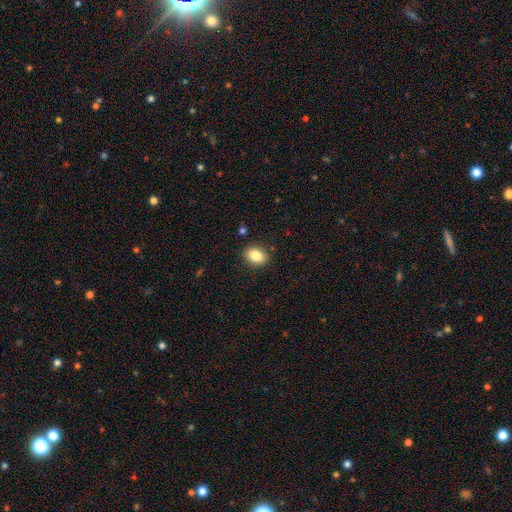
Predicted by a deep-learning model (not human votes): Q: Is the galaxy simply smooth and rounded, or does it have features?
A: smooth — 84%.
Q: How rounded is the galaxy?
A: in between — 68%.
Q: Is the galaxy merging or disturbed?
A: none — 88%.